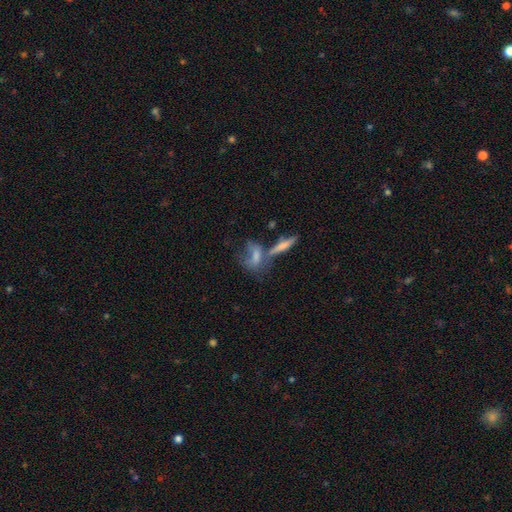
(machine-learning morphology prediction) Smooth or featured? Predicted: smooth (p=0.53). How rounded? Predicted: in between (p=0.62). Merging? Predicted: merger (p=0.41).